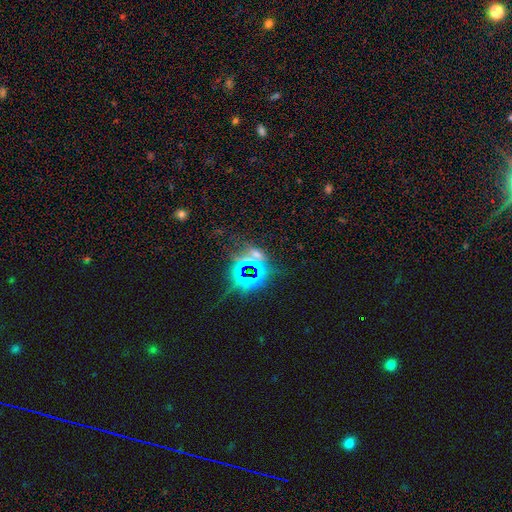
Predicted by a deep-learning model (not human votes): smooth-or-featured: star or artifact: 72% | smooth: 18% | featured or disk: 10%